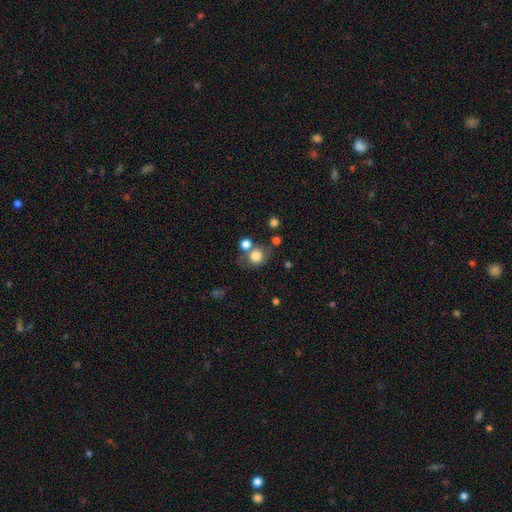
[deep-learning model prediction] Smooth or featured? smooth (79%)
How rounded? round (82%)
Merging? none (58%)